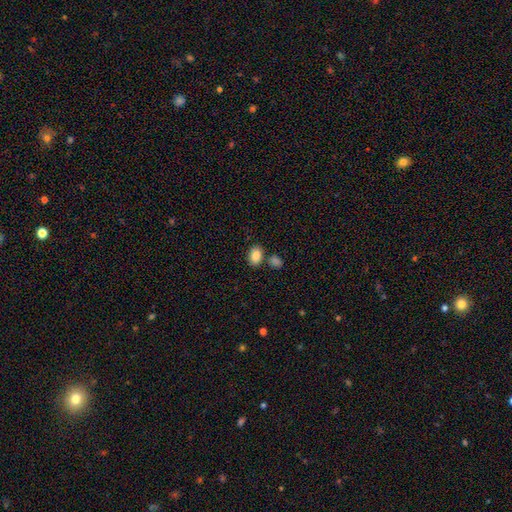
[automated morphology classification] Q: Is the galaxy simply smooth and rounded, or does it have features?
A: smooth — 87%.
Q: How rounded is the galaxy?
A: in between — 79%.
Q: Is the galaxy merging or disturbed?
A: none — 73%.